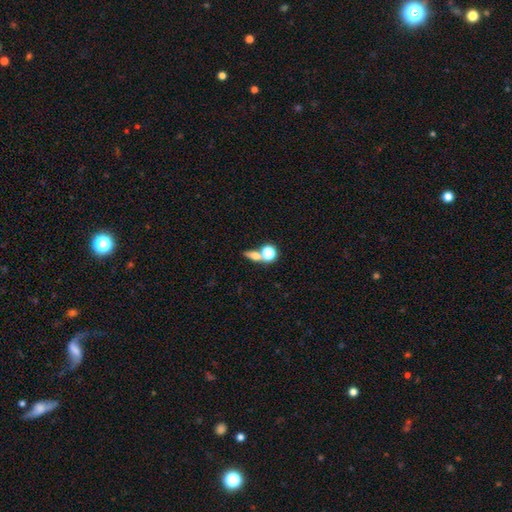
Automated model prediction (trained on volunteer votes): Overall: smooth (63%). How rounded: round (43%; in between 42%). Merging: none (46%; merger 39%).